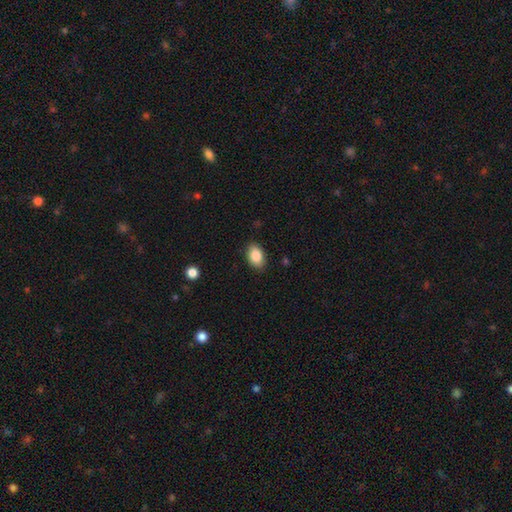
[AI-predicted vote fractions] A smooth galaxy with no disk features (88%) that is in between round and cigar-shaped (89%).

Vote fractions:
- Smooth or featured? smooth: 88% / star or artifact: 7% / featured or disk: 5%
- How rounded? in between: 89% / round: 10% / cigar-shaped: 1%
- Merging? none: 86% / minor disturbance: 11% / major disturbance: 2% / merger: 1%